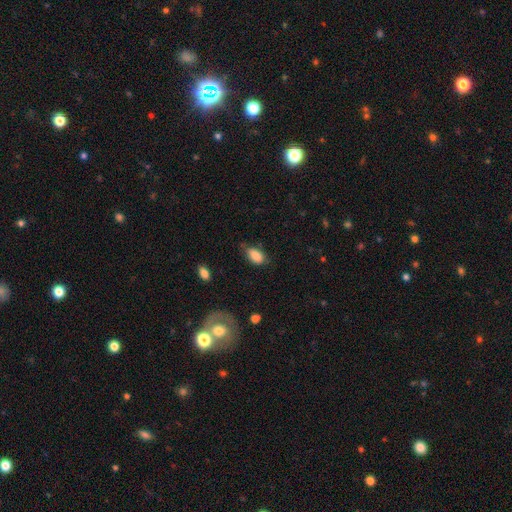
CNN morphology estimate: type=smooth (84%); roundness=in between (92%); merging=none (62%).